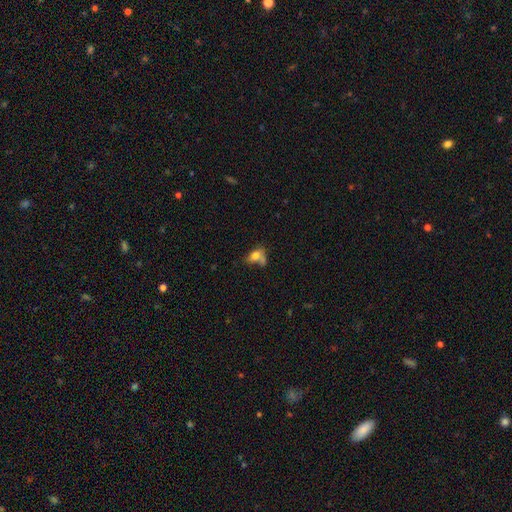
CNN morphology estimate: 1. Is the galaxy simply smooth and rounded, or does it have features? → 70% smooth, 18% featured or disk, 12% star or artifact.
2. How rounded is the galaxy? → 72% in between, 24% round, 4% cigar-shaped.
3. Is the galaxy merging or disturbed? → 30% none, 26% merger, 23% major disturbance, 21% minor disturbance.